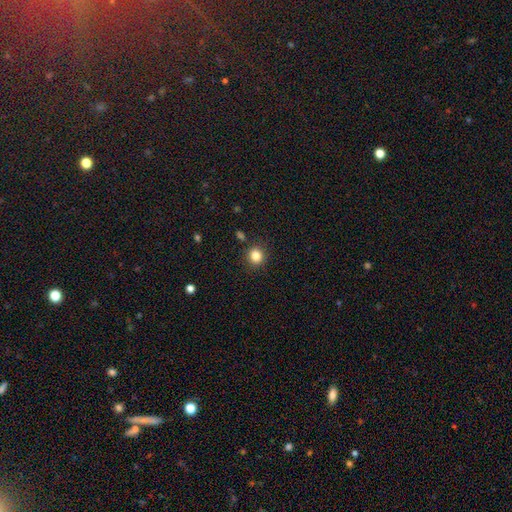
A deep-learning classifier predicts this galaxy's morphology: Q: Smooth or featured?
A: smooth (83%); runner-up: star or artifact (12%)
Q: How rounded?
A: round (88%); runner-up: in between (11%)
Q: Merging?
A: none (88%); runner-up: minor disturbance (7%)